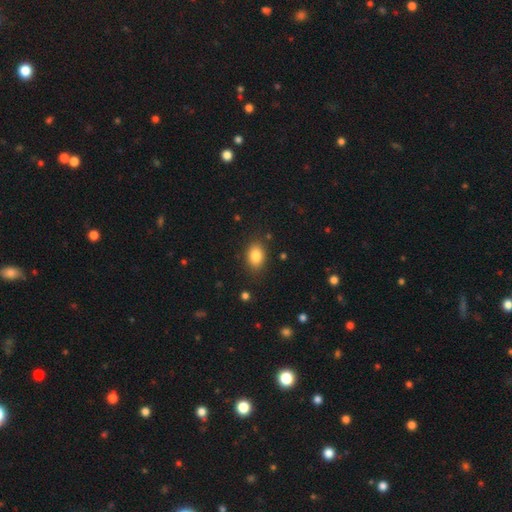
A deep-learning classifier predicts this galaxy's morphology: This is clearly a smooth galaxy (84%). How rounded: likely in between (79%). Merging: clearly none (84%).